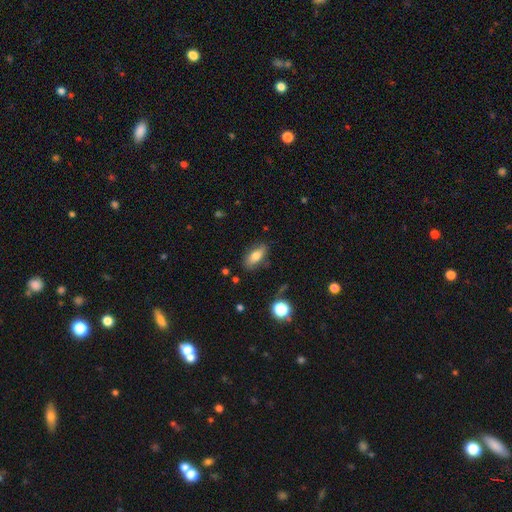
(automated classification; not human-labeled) This is likely a smooth galaxy (72%). How rounded: clearly in between (81%). Merging: clearly none (80%).